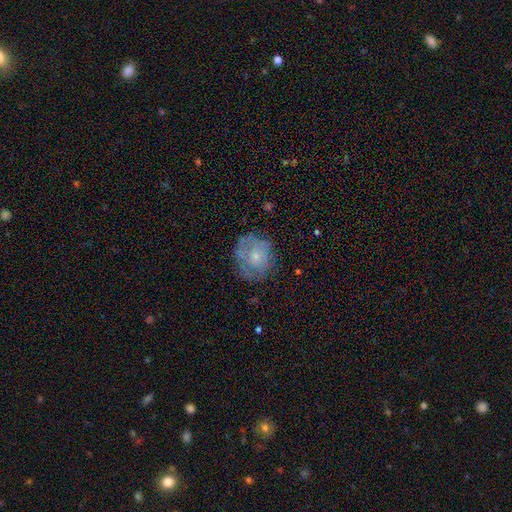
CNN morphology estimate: Overall: smooth (51%; featured or disk 40%). How rounded: round (70%). Merging: none (61%; minor disturbance 24%).